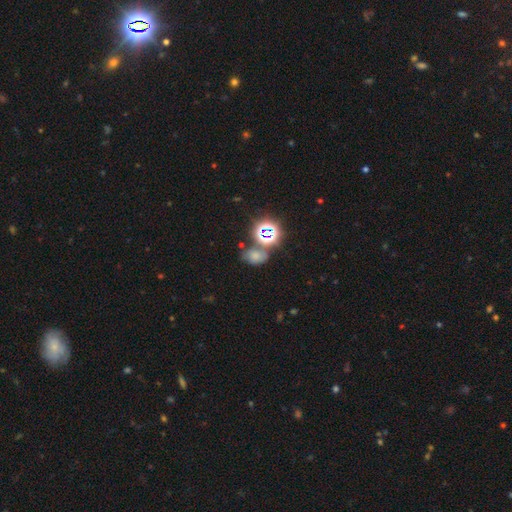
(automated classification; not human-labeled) Q: Smooth or featured?
A: smooth (56%); runner-up: star or artifact (34%)
Q: How rounded?
A: in between (68%); runner-up: round (31%)
Q: Merging?
A: none (53%); runner-up: merger (22%)